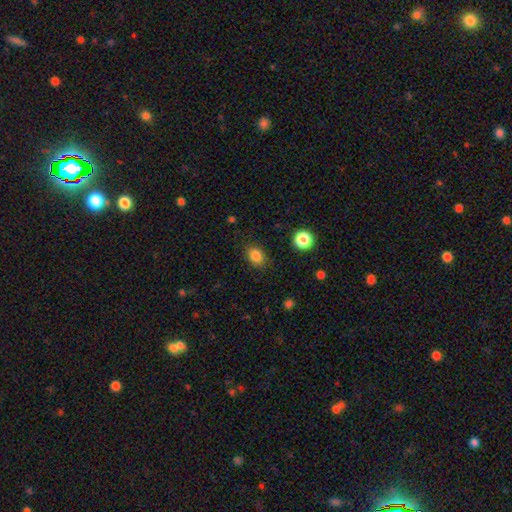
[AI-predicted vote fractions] Smooth or featured? smooth (83%)
How rounded? in between (55%)
Merging? none (83%)